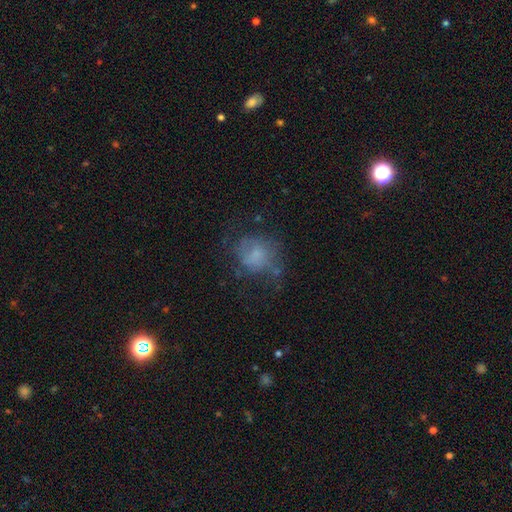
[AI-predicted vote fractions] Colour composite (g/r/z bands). It shows a smooth galaxy with no disk features (53%) that is round (69%). Merging: none (46%).